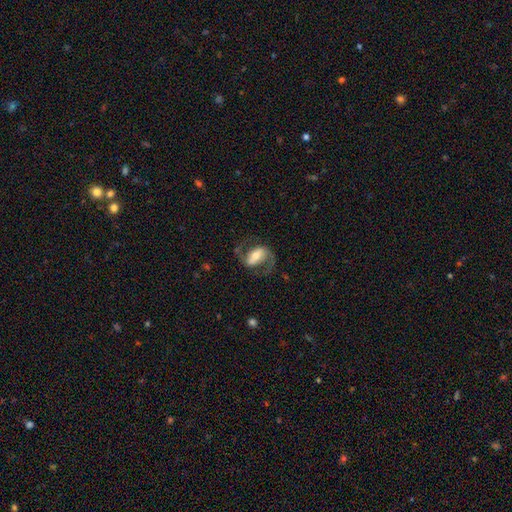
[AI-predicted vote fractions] The model was most divided on "spiral winding": medium: 49%, loose: 38%, tight: 13%. More confident: edge-on disk — no (96%); spiral arms — yes (91%); spiral arm count — 2 (89%); smooth or featured — featured or disk (76%); merging — none (67%); bulge size — moderate (56%); bar — strong (51%).